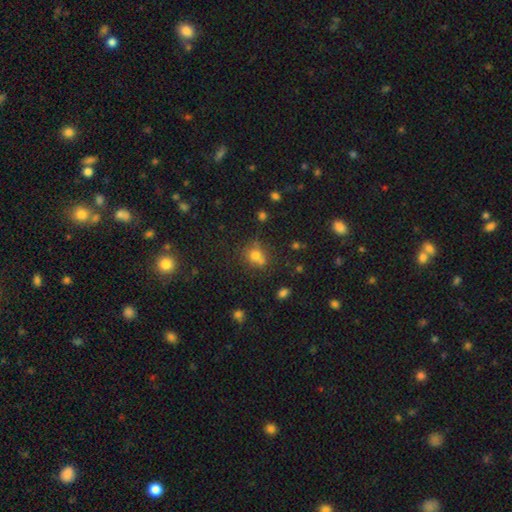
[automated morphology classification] Q: Smooth or featured?
A: smooth (69%); runner-up: star or artifact (18%)
Q: How rounded?
A: round (74%); runner-up: in between (25%)
Q: Merging?
A: none (50%); runner-up: merger (30%)